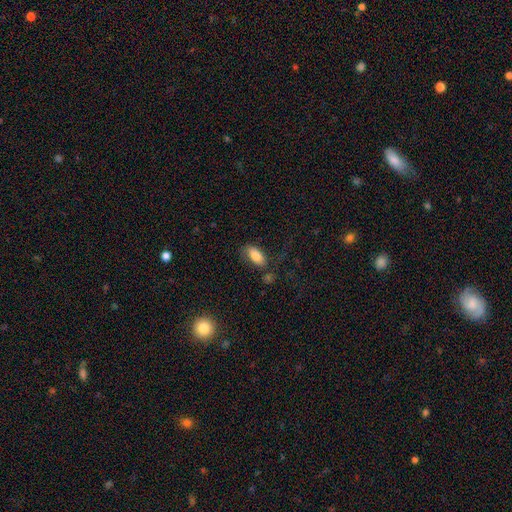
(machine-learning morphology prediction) Smooth or featured? smooth (82%)
How rounded? in between (90%)
Merging? none (63%)